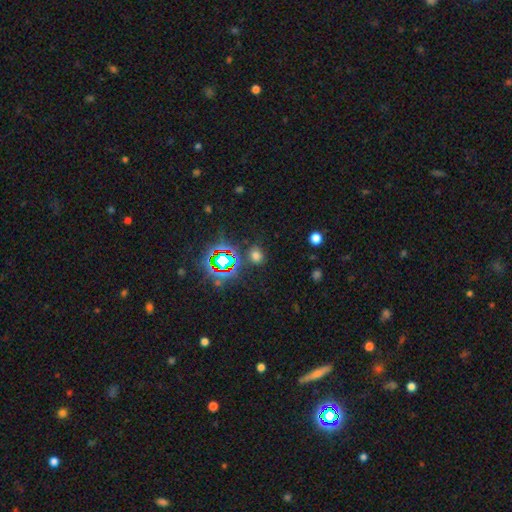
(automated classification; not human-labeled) smooth-or-featured: smooth: 60% | star or artifact: 34% | featured or disk: 6%
  how-rounded: round: 60% | in between: 38% | cigar-shaped: 2%
  merging: none: 82% | minor disturbance: 11% | major disturbance: 4% | merger: 4%